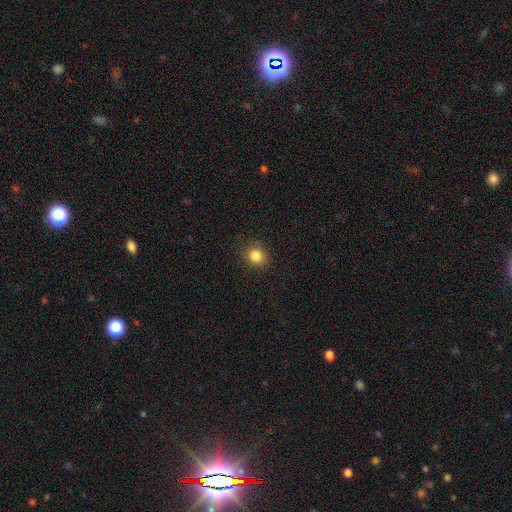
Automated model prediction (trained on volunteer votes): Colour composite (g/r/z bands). It shows a smooth galaxy with no disk features (84%) that is round (82%). Merging: none (88%).